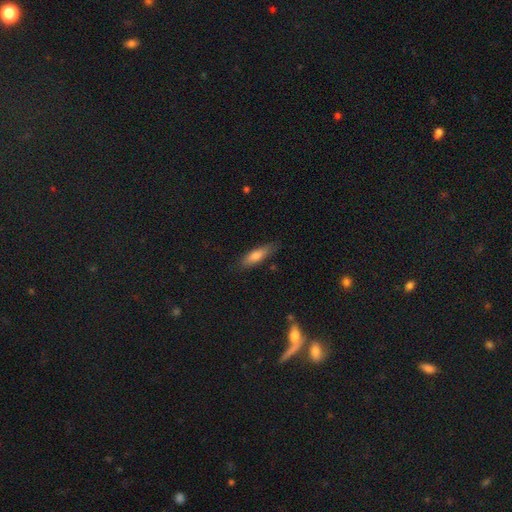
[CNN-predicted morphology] Q: Smooth or featured?
A: smooth (74%); runner-up: featured or disk (19%)
Q: How rounded?
A: cigar-shaped (55%); runner-up: in between (43%)
Q: Merging?
A: none (76%); runner-up: minor disturbance (19%)